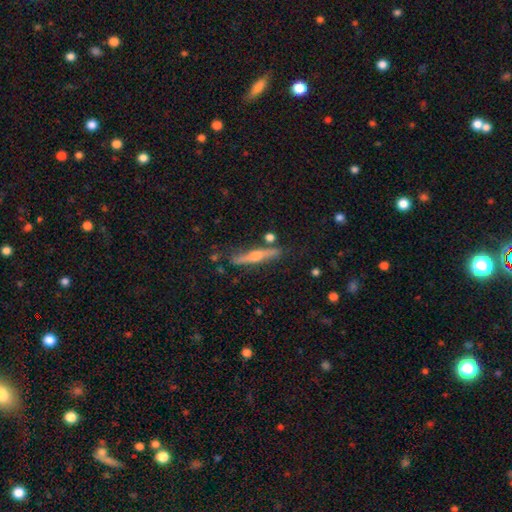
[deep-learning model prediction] Smooth or featured: featured or disk — 70% (smooth — 24%)
Edge-on disk: yes — 96% (no — 4%)
Edge-on bulge: rounded — 91% (none — 5%)
Merging: none — 81% (minor disturbance — 12%)